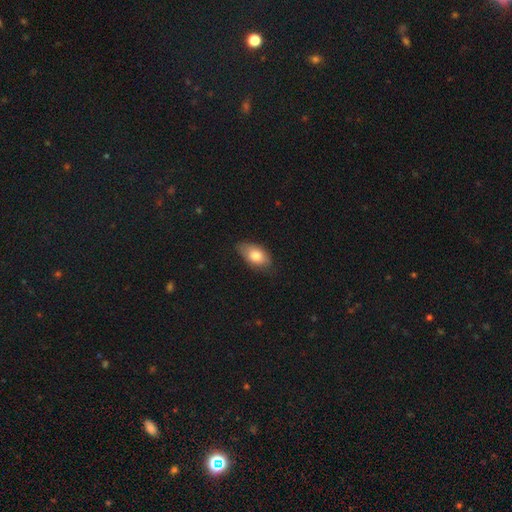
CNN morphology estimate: A smooth galaxy with no disk features (78%) that is in between round and cigar-shaped (91%). Merging: none (72%).